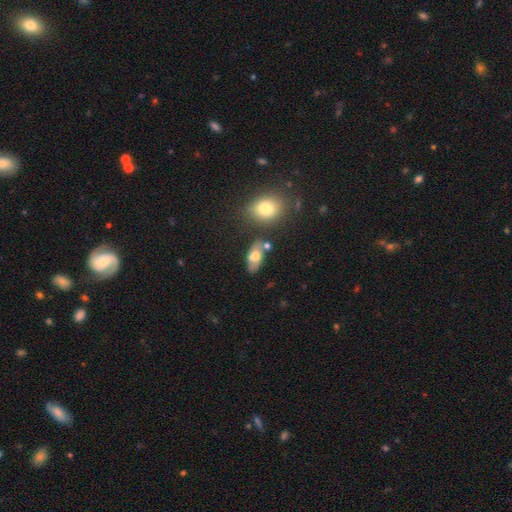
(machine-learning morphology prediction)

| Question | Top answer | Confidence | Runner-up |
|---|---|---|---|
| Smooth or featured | smooth | 58% | featured or disk (32%) |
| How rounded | in between | 84% | round (9%) |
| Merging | none | 57% | minor disturbance (19%) |